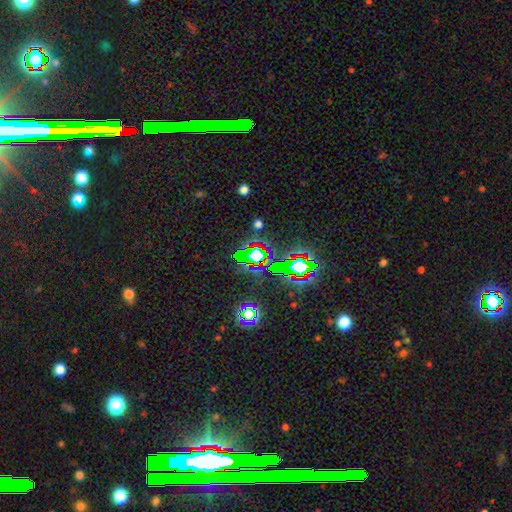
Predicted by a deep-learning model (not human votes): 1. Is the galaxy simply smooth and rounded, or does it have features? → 74% star or artifact, 14% smooth, 12% featured or disk.